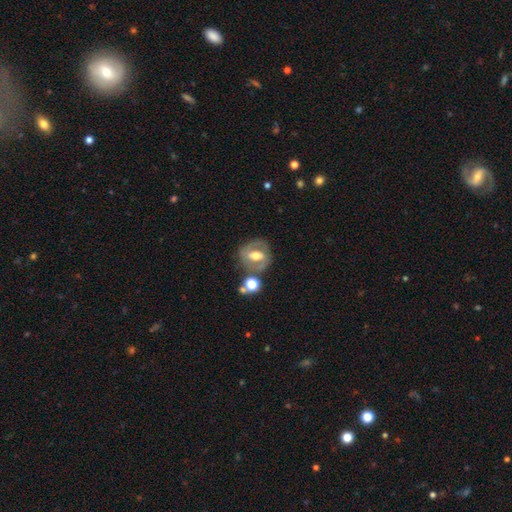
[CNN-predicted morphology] type=featured or disk (64%); edge-on=no (94%); bar=strong (41%); spiral arms=yes (57%); bulge=moderate (67%); merging=none (62%).